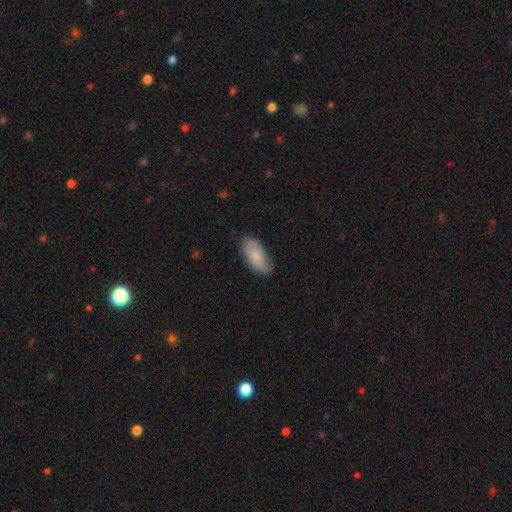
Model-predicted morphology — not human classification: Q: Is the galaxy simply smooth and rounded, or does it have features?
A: smooth — 79%.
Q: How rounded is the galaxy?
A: in between — 89%.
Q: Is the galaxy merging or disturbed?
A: none — 75%.